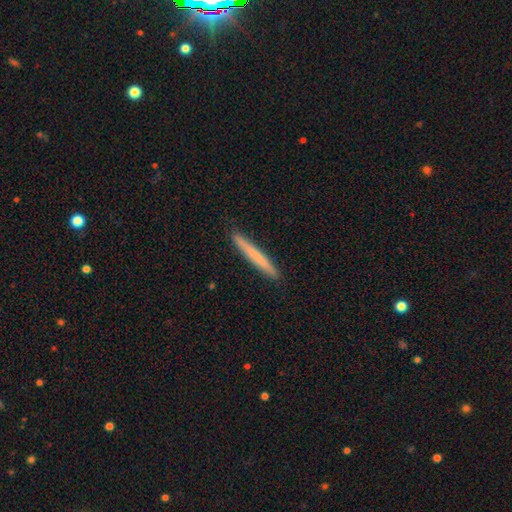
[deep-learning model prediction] A smooth galaxy with no disk features (68%) that is cigar-shaped (97%). Merging: none (92%).